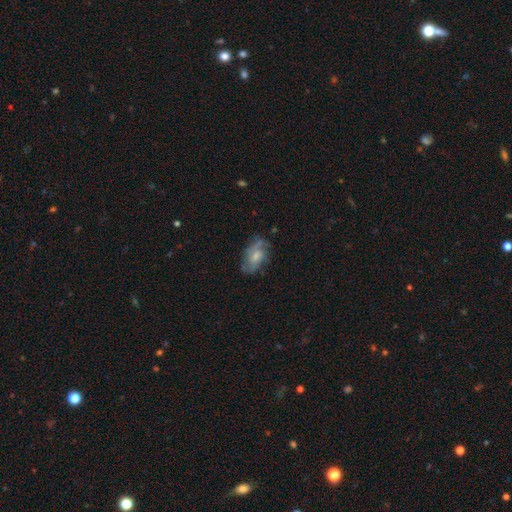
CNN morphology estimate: featured or disk 59%, smooth 33%, star or artifact 7%. Down the decision tree: edge-on disk — no (95%); bar — no (63%); spiral arms — yes (79%); bulge size — small (44%); merging — none (59%).